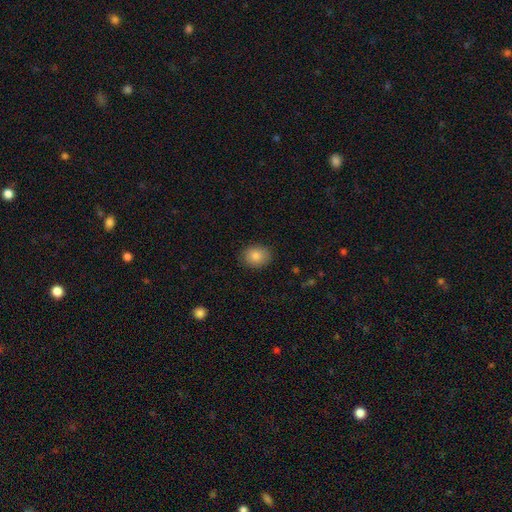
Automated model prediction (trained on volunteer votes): The model was most divided on "how rounded": in between: 52%, round: 47%, cigar-shaped: 1%. More confident: merging — none (87%); smooth or featured — smooth (84%).